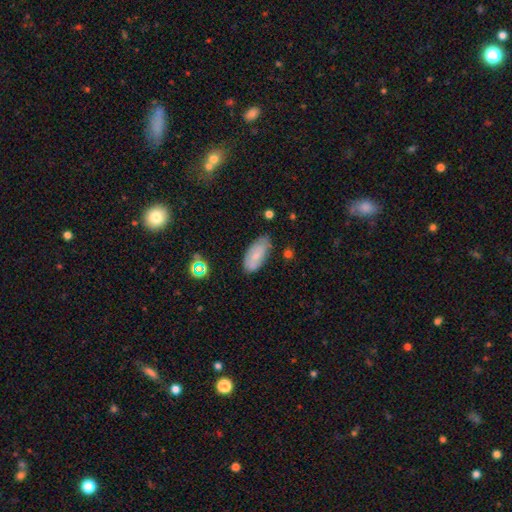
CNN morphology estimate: Smooth or featured? Predicted: smooth (p=0.65). How rounded? Predicted: in between (p=0.90). Merging? Predicted: none (p=0.69).